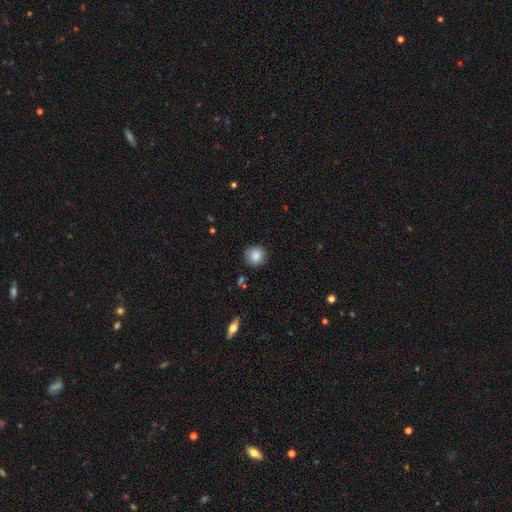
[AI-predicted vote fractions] Smooth or featured: smooth — 85% (star or artifact — 9%)
How rounded: round — 93% (in between — 6%)
Merging: none — 87% (minor disturbance — 9%)